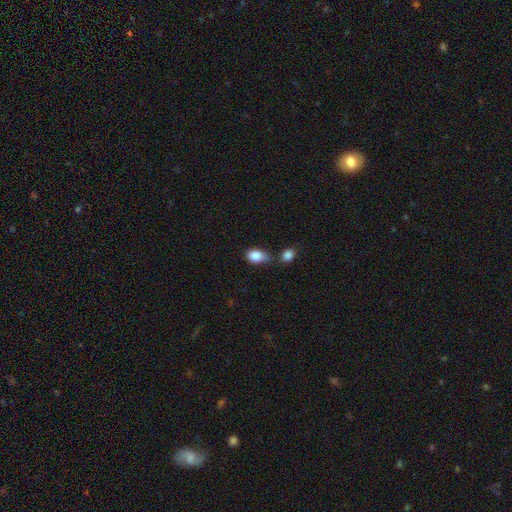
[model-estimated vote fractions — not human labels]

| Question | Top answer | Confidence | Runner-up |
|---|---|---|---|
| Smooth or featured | smooth | 86% | star or artifact (8%) |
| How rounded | in between | 82% | round (17%) |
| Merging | none | 46% | minor disturbance (24%) |